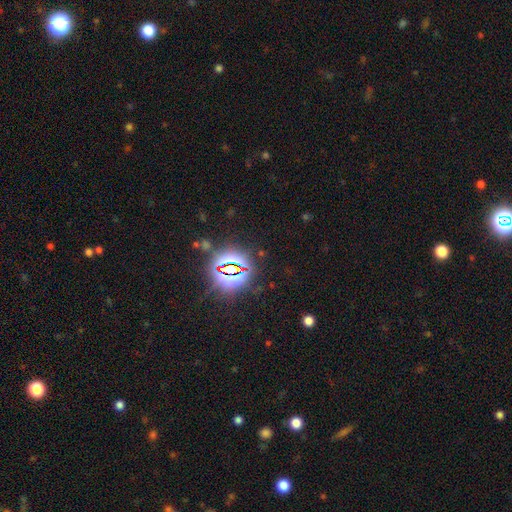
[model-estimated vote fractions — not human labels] star or artifact 83%, smooth 11%, featured or disk 7%.